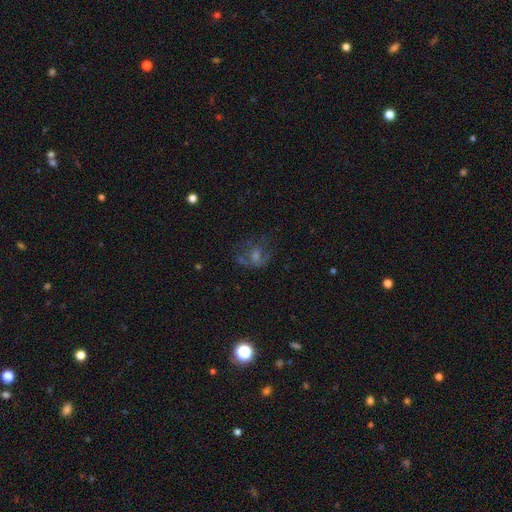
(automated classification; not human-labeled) Smooth or featured? featured or disk (43%)
Merging? none (52%)